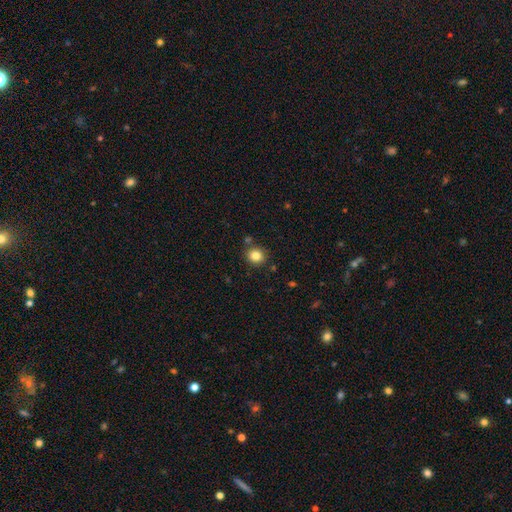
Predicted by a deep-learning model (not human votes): A smooth galaxy with no disk features (83%) that is round (83%). Merging: none (83%).